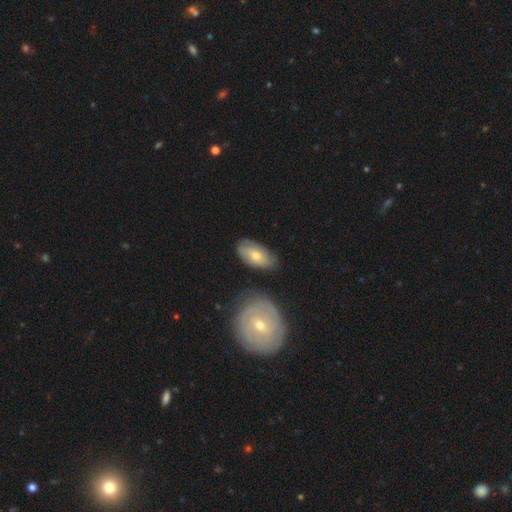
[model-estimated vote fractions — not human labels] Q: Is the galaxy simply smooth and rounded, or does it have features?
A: smooth — 60%.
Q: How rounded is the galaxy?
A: in between — 92%.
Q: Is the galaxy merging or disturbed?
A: none — 68%.